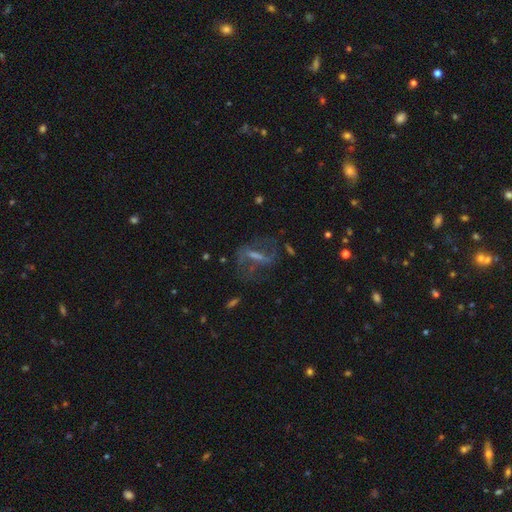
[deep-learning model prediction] featured or disk 62%, smooth 20%, star or artifact 18%. Down the decision tree: edge-on disk — no (82%); bar — strong (49%); spiral arms — yes (65%); bulge size — small (35%); merging — none (61%).